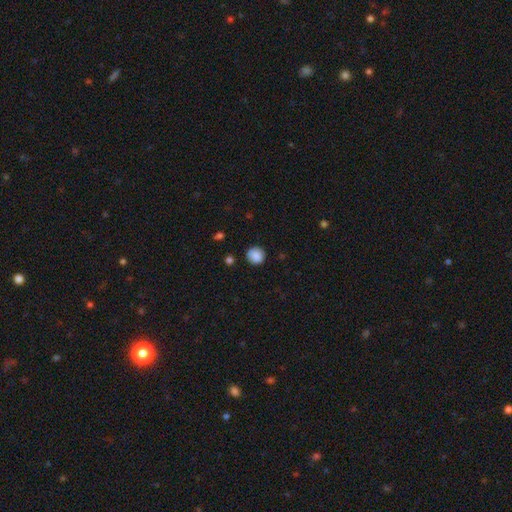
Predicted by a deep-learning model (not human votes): The model was most divided on "merging": none: 84%, minor disturbance: 11%, major disturbance: 3%, merger: 2%. More confident: how rounded — round (90%); smooth or featured — smooth (87%).